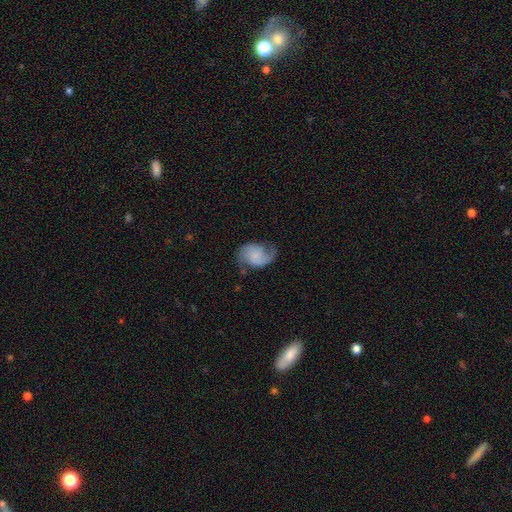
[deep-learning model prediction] Overall: featured or disk (68%). Edge-on disk: no (98%). Bar: no (67%; weak 28%). Spiral arms: yes (94%). Spiral arm count: 2 (79%). Spiral winding: loose (41%, tied with medium). Bulge size: none (46%; small 33%). Merging: none (58%; minor disturbance 24%).